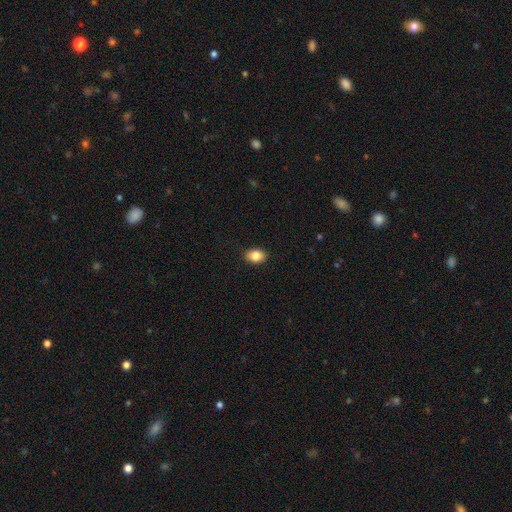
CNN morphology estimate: smooth-or-featured: smooth: 84% | star or artifact: 8% | featured or disk: 8%
  how-rounded: in between: 78% | round: 21% | cigar-shaped: 1%
  merging: none: 88% | minor disturbance: 9% | major disturbance: 2% | merger: 1%